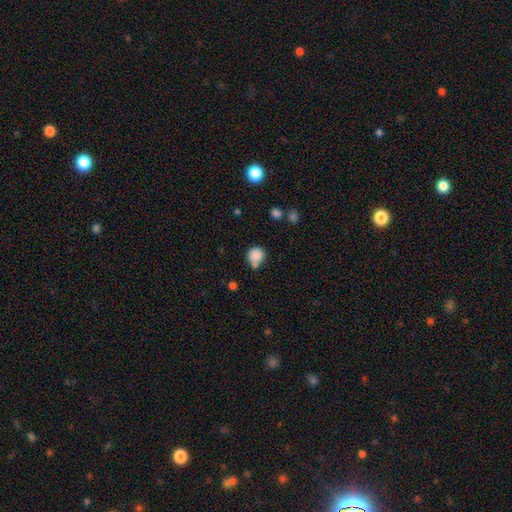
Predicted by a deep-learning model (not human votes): Smooth or featured? Predicted: smooth (p=0.85). How rounded? Predicted: round (p=0.86). Merging? Predicted: none (p=0.56).